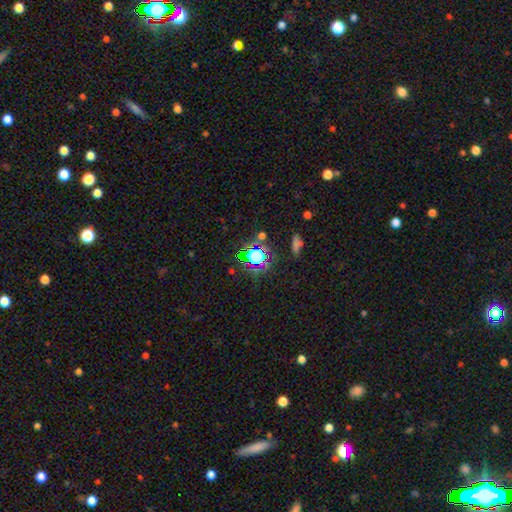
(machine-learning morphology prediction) This is possibly a star or artifact rather than a galaxy (56%).